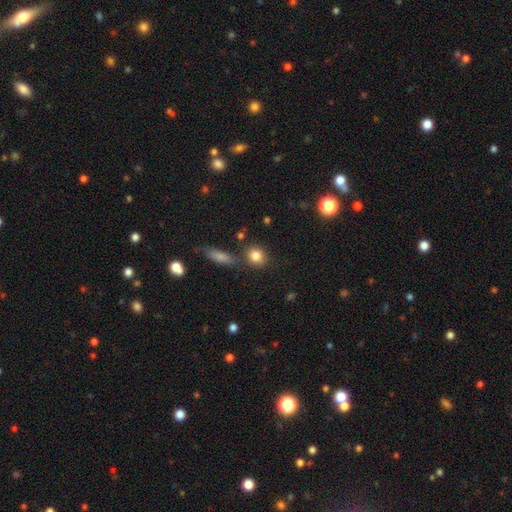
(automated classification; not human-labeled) smooth_or_featured: smooth (p=0.83) [alt: star or artifact p=0.10]
how_rounded: round (p=0.70) [alt: in between p=0.28]
merging: none (p=0.73) [alt: minor disturbance p=0.12]